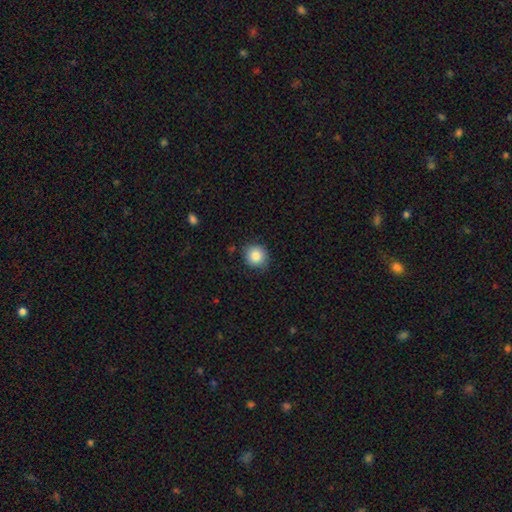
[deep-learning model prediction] smooth_or_featured: smooth (p=0.84) [alt: star or artifact p=0.09]
how_rounded: round (p=0.88) [alt: in between p=0.11]
merging: none (p=0.81) [alt: minor disturbance p=0.15]